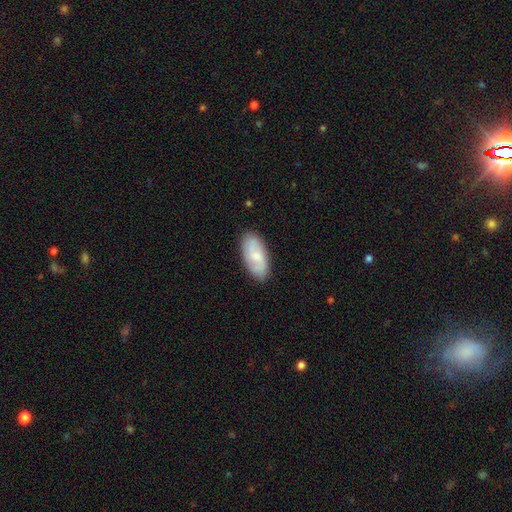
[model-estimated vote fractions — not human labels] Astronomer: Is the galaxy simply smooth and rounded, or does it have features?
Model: featured or disk — 49% (runner-up: smooth, 45%).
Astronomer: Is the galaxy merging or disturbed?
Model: none — 84%.